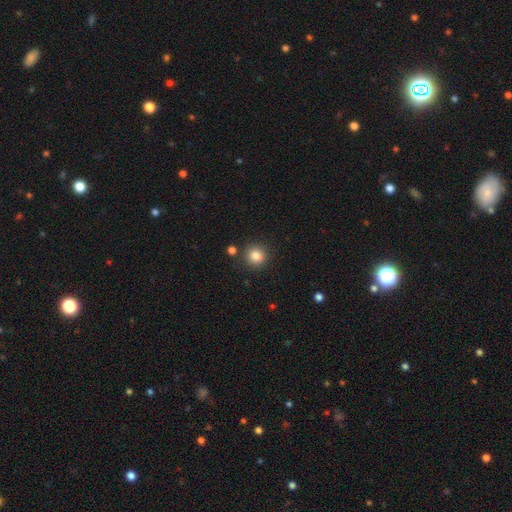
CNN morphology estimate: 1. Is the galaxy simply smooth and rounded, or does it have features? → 84% smooth, 11% star or artifact, 5% featured or disk.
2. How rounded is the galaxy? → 91% round, 8% in between, 1% cigar-shaped.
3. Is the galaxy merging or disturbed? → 86% none, 7% minor disturbance, 4% merger, 2% major disturbance.